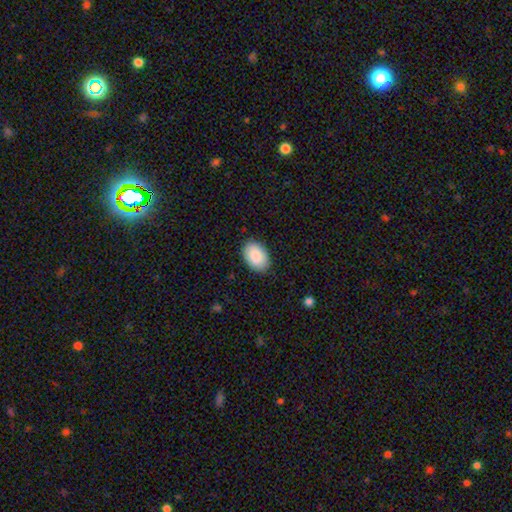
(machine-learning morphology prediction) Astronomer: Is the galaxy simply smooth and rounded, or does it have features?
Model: smooth — 90%.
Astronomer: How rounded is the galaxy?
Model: in between — 91%.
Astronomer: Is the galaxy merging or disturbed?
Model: none — 88%.